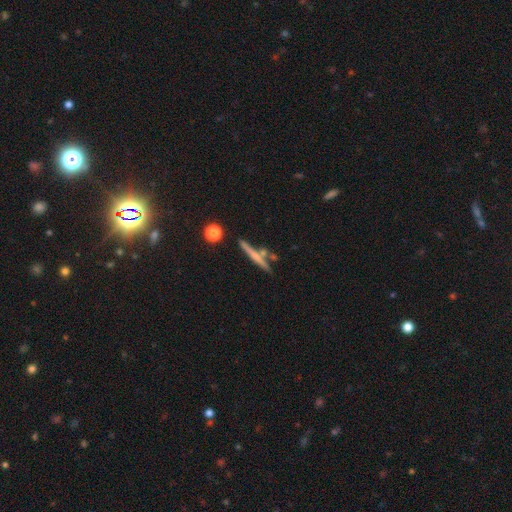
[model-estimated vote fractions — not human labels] Smooth or featured? Predicted: featured or disk (p=0.50). Merging? Predicted: none (p=0.71).